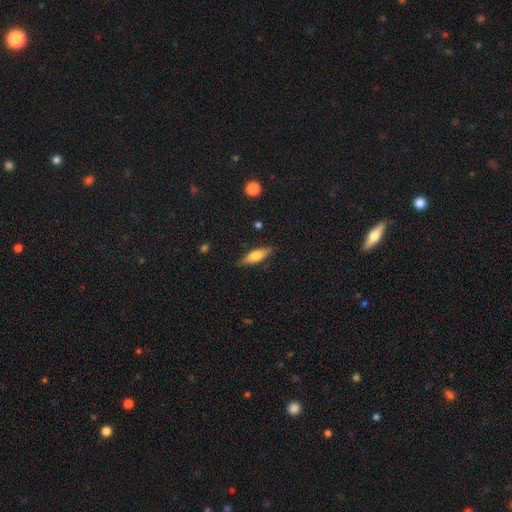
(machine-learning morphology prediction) smooth-or-featured: smooth: 60% | featured or disk: 33% | star or artifact: 7%
  how-rounded: in between: 50% | cigar-shaped: 47% | round: 3%
  merging: none: 84% | minor disturbance: 12% | major disturbance: 2% | merger: 1%